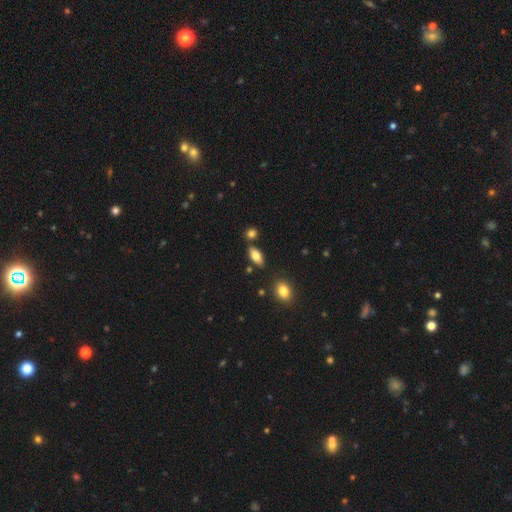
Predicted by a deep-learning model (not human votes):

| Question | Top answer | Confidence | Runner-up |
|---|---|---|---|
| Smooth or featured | smooth | 78% | featured or disk (15%) |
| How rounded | in between | 85% | cigar-shaped (12%) |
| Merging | none | 78% | minor disturbance (11%) |